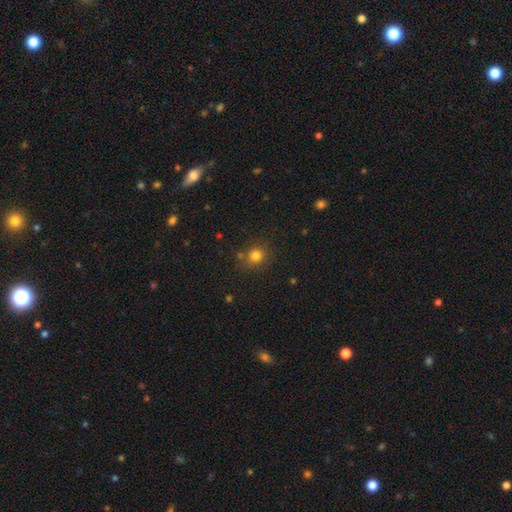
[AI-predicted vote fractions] Overall: smooth (80%). How rounded: round (85%). Merging: none (77%).